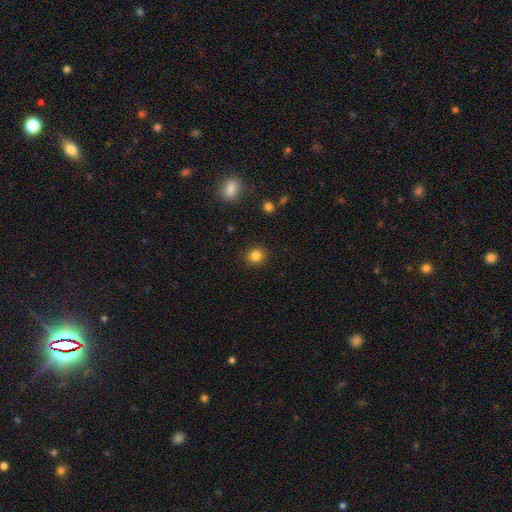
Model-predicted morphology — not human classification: A smooth galaxy with no disk features (84%) that is round (85%). Merging: none (90%).